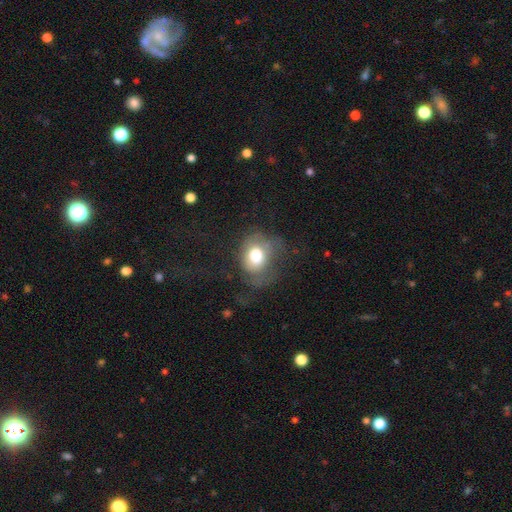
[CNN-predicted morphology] This appears to be a smooth galaxy with no disk features (67%) that is round (54%). Merging: none (41%).